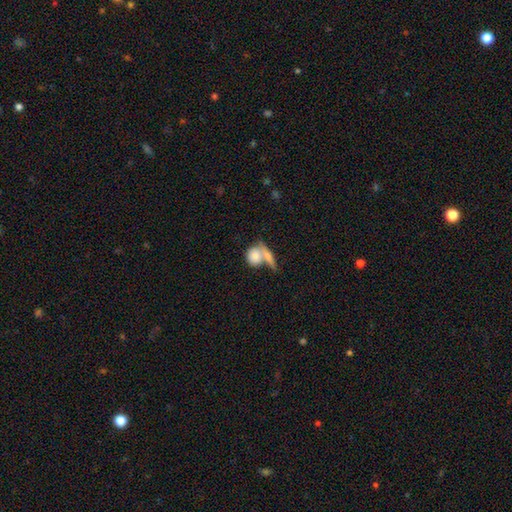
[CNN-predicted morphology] This appears to be a smooth galaxy with no disk features (77%) that is round (60%). Merging: merger (52%).